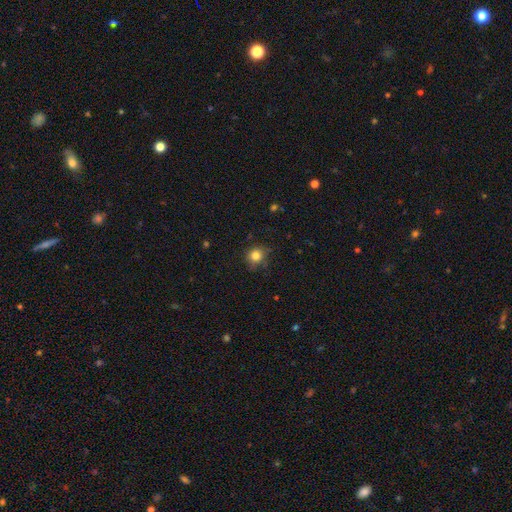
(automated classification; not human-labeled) Overall: smooth (81%). How rounded: round (86%). Merging: none (78%).